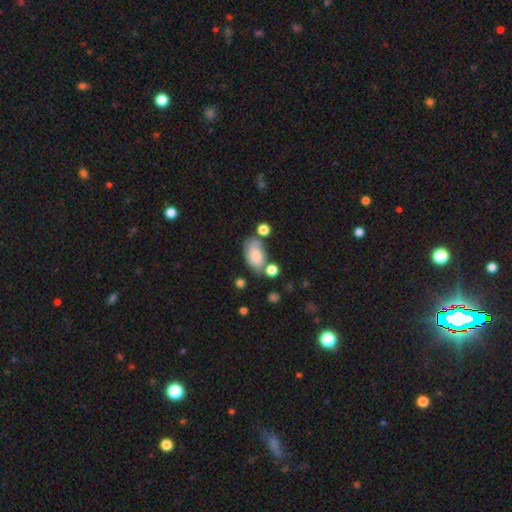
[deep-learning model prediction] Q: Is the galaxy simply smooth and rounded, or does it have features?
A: smooth — 74%.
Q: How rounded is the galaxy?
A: in between — 90%.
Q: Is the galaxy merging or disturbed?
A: none — 47%.